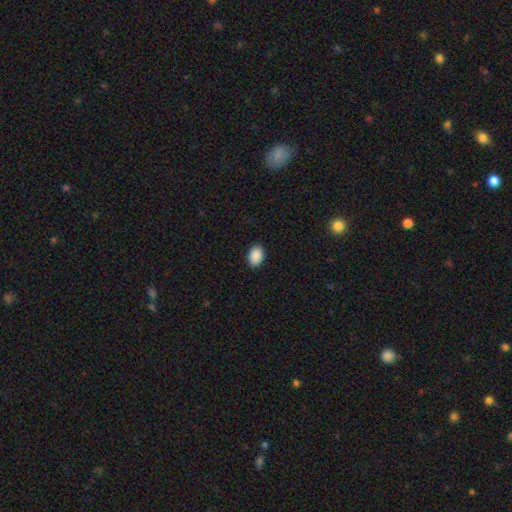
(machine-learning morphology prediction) This is clearly a smooth galaxy (91%). How rounded: clearly in between (84%). Merging: clearly none (90%).